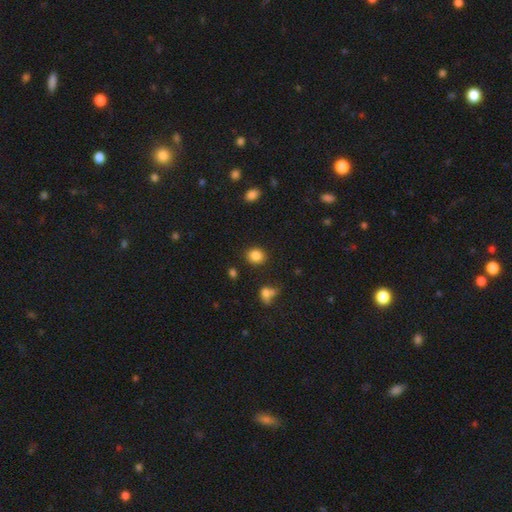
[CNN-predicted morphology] Q: Smooth or featured?
A: smooth (85%); runner-up: star or artifact (10%)
Q: How rounded?
A: round (73%); runner-up: in between (26%)
Q: Merging?
A: none (85%); runner-up: minor disturbance (8%)